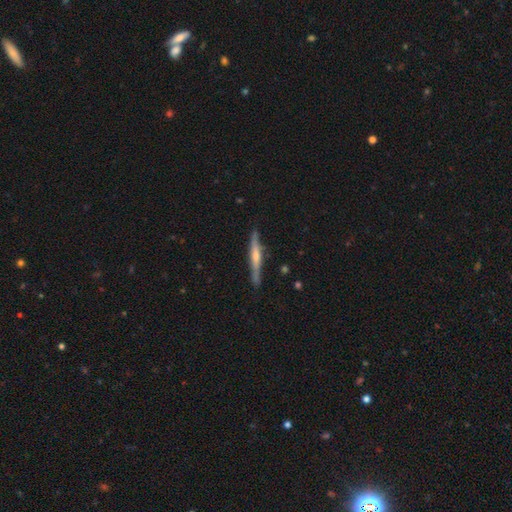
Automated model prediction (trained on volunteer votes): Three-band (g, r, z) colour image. It shows a featured or disk galaxy (67%) viewed edge-on (96%) with a rounded central bulge (63%). Merging: none (84%).